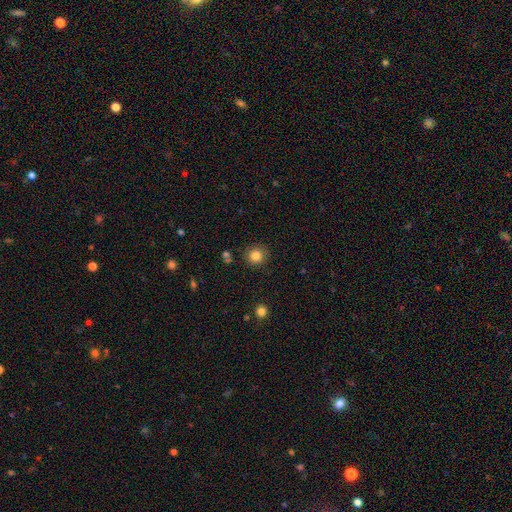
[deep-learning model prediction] This is clearly a smooth galaxy (83%). How rounded: clearly round (91%). Merging: clearly none (88%).